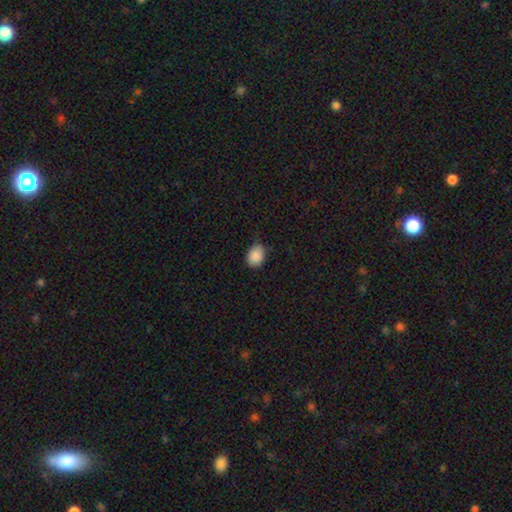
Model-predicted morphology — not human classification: smooth 89%, star or artifact 8%, featured or disk 3%. Down the decision tree: how rounded — in between (67%); merging — none (70%).